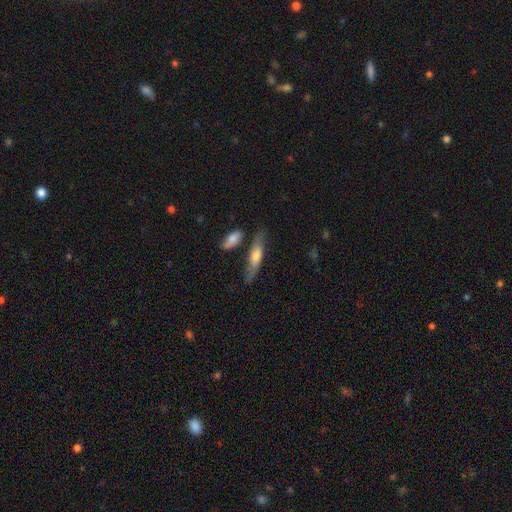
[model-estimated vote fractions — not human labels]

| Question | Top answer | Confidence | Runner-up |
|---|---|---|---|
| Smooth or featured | smooth | 49% | featured or disk (45%) |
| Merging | none | 66% | minor disturbance (19%) |